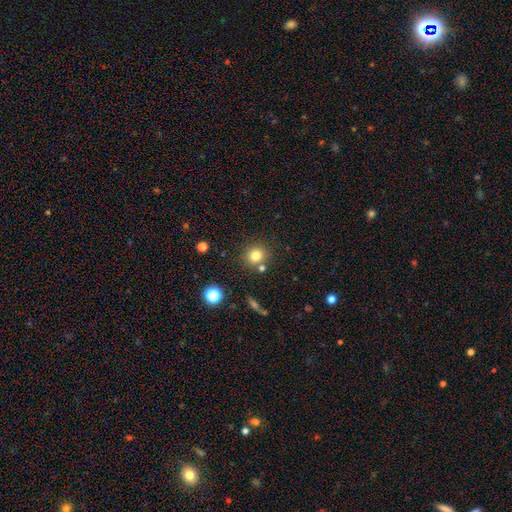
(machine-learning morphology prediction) Q: Smooth or featured?
A: smooth (78%); runner-up: star or artifact (14%)
Q: How rounded?
A: round (90%); runner-up: in between (9%)
Q: Merging?
A: none (79%); runner-up: merger (9%)